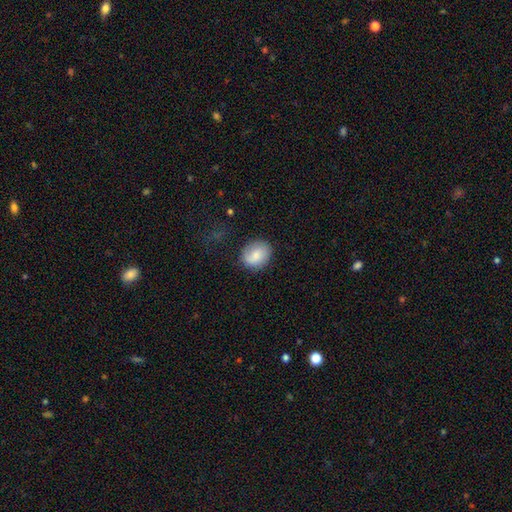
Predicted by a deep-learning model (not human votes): smooth-or-featured: smooth: 77% | featured or disk: 16% | star or artifact: 7%
  how-rounded: round: 58% | in between: 41% | cigar-shaped: 1%
  merging: none: 78% | minor disturbance: 16% | major disturbance: 5% | merger: 1%